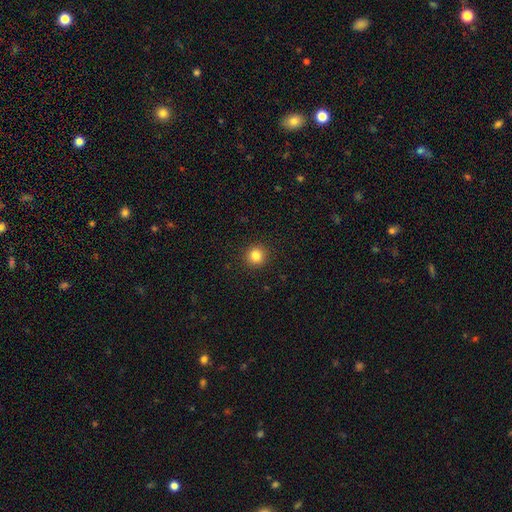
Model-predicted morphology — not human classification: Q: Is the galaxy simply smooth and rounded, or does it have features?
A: smooth — 83%.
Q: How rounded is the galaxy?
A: round — 93%.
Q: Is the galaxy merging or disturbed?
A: none — 92%.